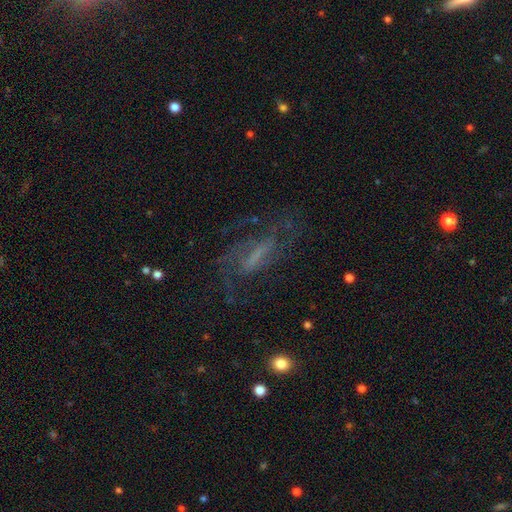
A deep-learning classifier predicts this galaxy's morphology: The model was most divided on "bar": strong: 41%, weak: 35%, no: 24%. Remaining: edge-on disk — no (86%); spiral arms — yes (81%); smooth or featured — featured or disk (68%); merging — none (55%); bulge size — none (48%).